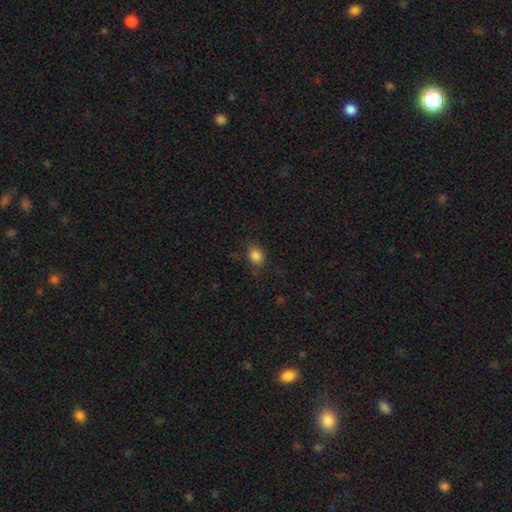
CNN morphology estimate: smooth-or-featured: smooth: 84% | star or artifact: 11% | featured or disk: 5%
  how-rounded: in between: 58% | round: 41% | cigar-shaped: 1%
  merging: none: 74% | minor disturbance: 18% | major disturbance: 6% | merger: 1%